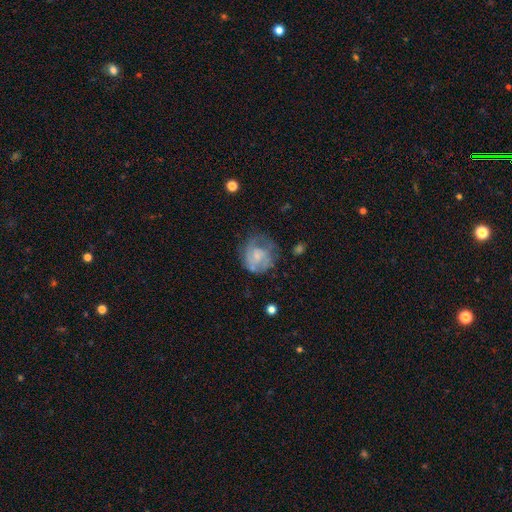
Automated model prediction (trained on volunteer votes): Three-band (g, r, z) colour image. It shows a featured or disk galaxy (66%) with no bar (69%), 2 (38%) tight (48%) spiral arms (80%) and a small central bulge (54%). Merging: none (56%).